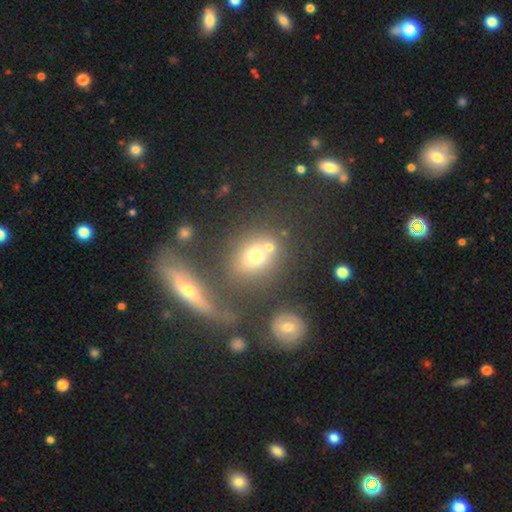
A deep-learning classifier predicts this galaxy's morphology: Overall: smooth (65%). How rounded: round (56%; in between 39%). Merging: none (57%; merger 23%).